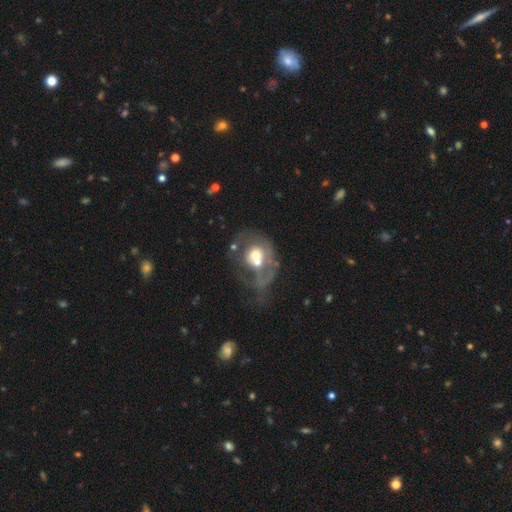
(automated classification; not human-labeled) Q: Smooth or featured?
A: featured or disk (53%); runner-up: smooth (37%)
Q: Edge-on disk?
A: no (97%); runner-up: yes (3%)
Q: Bar?
A: no (86%); runner-up: weak (11%)
Q: Spiral arms?
A: no (72%); runner-up: yes (28%)
Q: Bulge size?
A: moderate (61%); runner-up: large (18%)
Q: Merging?
A: merger (42%); runner-up: major disturbance (29%)